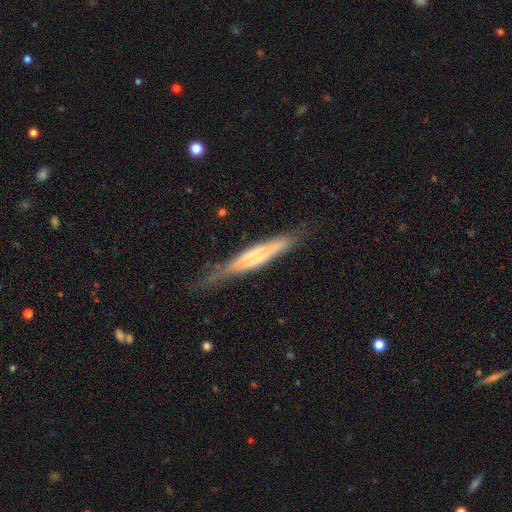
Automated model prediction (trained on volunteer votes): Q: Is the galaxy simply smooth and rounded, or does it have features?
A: featured or disk — 55%.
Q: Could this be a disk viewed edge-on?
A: yes — 91%.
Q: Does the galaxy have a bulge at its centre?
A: none — 40%.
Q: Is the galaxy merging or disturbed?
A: none — 69%.